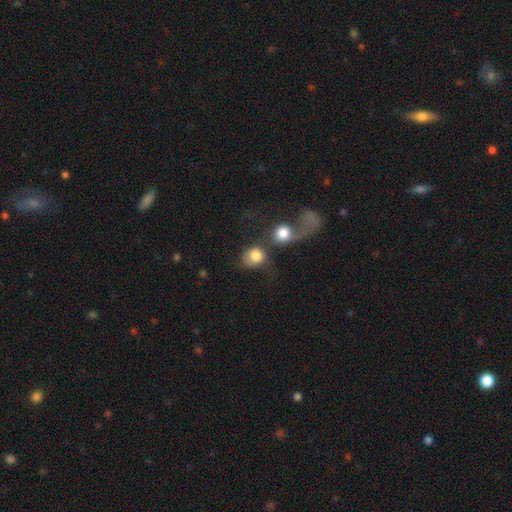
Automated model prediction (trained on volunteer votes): This is likely a smooth galaxy (77%). How rounded: likely round (73%). Merging: possibly merger (54%).